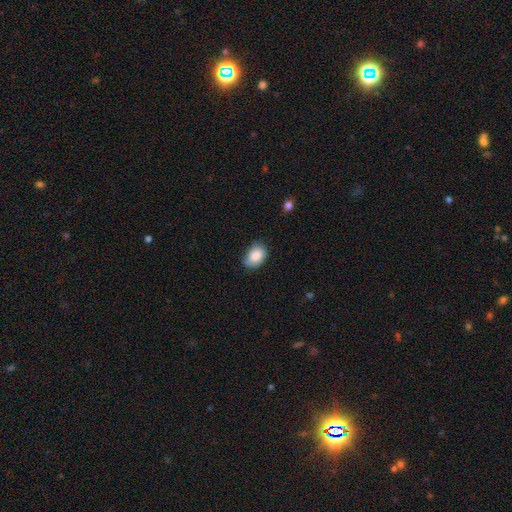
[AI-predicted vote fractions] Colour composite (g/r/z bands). It shows a smooth galaxy with no disk features (85%) that is in between round and cigar-shaped (78%). Merging: none (63%).